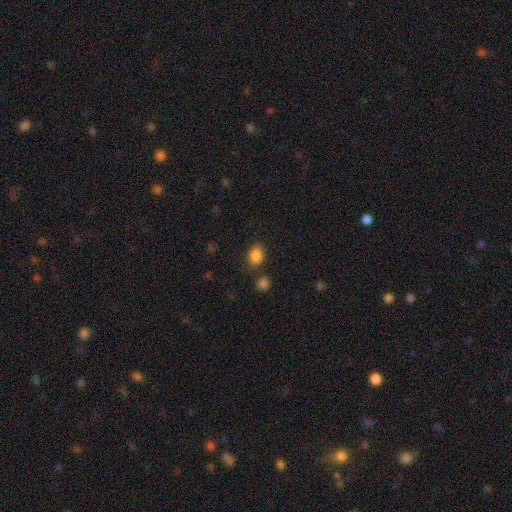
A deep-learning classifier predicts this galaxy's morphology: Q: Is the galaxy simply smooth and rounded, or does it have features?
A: smooth — 85%.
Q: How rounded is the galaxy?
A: in between — 63%.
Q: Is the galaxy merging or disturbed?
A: none — 73%.